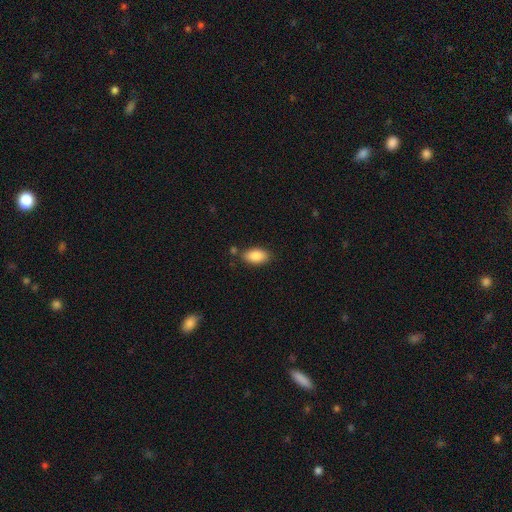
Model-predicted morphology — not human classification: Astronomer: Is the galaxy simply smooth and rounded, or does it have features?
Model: smooth — 88%.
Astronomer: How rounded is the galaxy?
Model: in between — 93%.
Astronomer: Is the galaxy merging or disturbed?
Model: none — 79%.